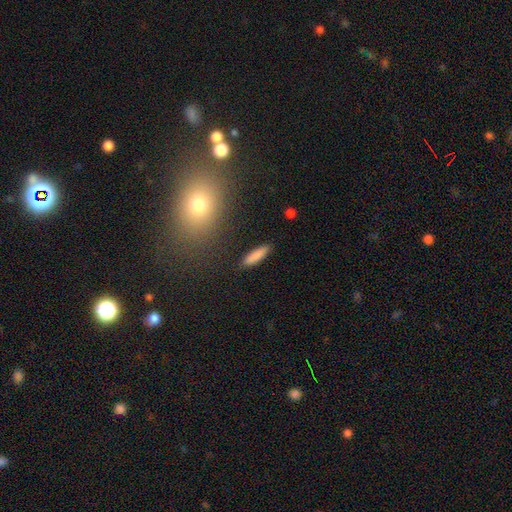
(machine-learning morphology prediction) Smooth or featured?
  - smooth: 85% *
  - featured or disk: 8%
  - star or artifact: 7%
How rounded?
  - cigar-shaped: 65% *
  - in between: 33%
  - round: 2%
Merging?
  - none: 87% *
  - minor disturbance: 10%
  - major disturbance: 2%
  - merger: 2%